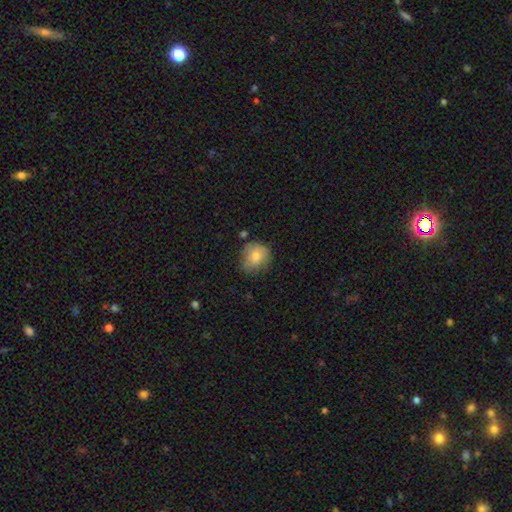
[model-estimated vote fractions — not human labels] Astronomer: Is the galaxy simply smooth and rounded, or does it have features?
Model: smooth — 74%.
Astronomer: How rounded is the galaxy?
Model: round — 81%.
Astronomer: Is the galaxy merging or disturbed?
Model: none — 65%.